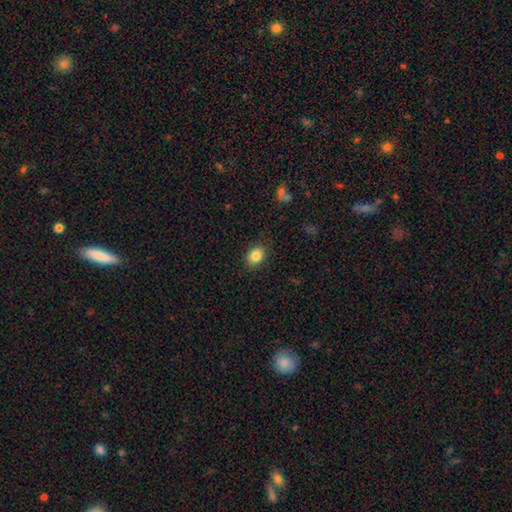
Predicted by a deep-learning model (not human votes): Smooth or featured?
  - smooth: 85% *
  - star or artifact: 9%
  - featured or disk: 6%
How rounded?
  - in between: 59% *
  - round: 40%
  - cigar-shaped: 1%
Merging?
  - none: 88% *
  - minor disturbance: 9%
  - major disturbance: 2%
  - merger: 1%